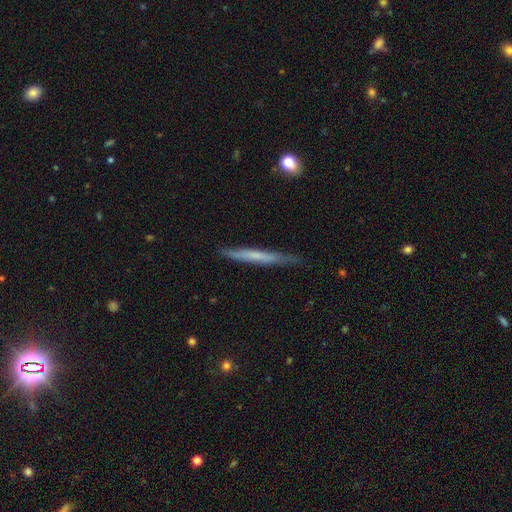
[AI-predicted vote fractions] A smooth galaxy with no disk features (49%).

Vote fractions:
- Smooth or featured? smooth: 49% / featured or disk: 45% / star or artifact: 6%
- Merging? none: 80% / minor disturbance: 16% / major disturbance: 2% / merger: 2%